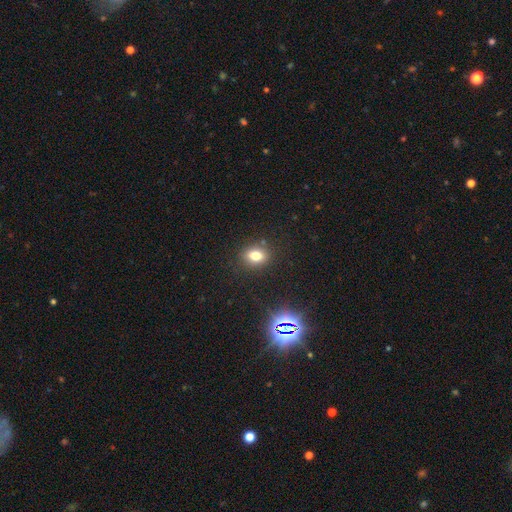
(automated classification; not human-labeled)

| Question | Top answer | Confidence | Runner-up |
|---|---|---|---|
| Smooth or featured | smooth | 76% | star or artifact (15%) |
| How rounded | in between | 58% | round (41%) |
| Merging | none | 84% | minor disturbance (10%) |